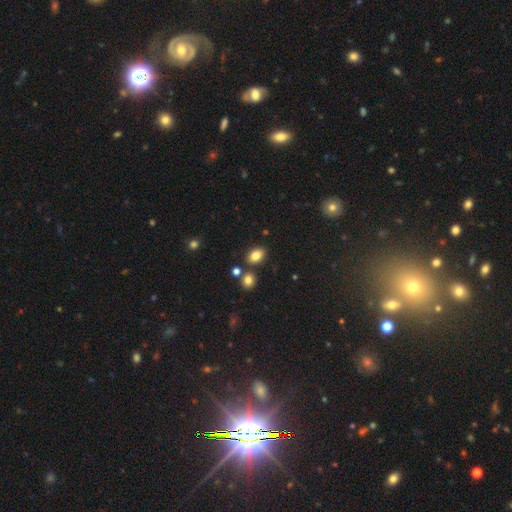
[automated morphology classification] Smooth or featured? smooth (83%)
How rounded? in between (78%)
Merging? none (78%)